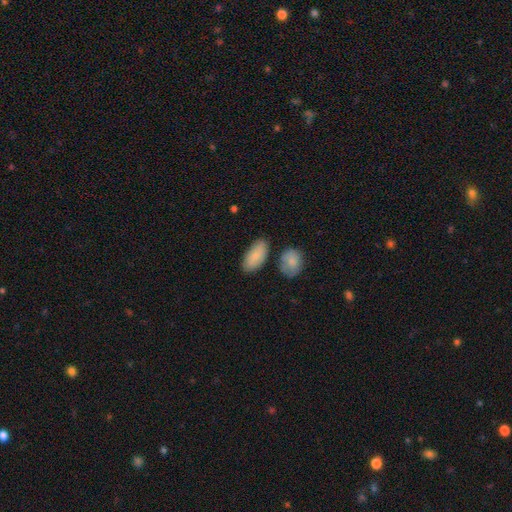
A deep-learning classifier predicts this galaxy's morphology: This is clearly a smooth galaxy (82%). How rounded: clearly in between (92%). Merging: likely none (74%).